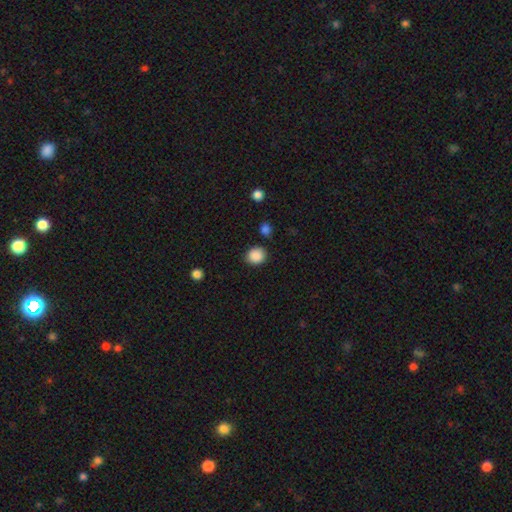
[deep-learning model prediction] The model was most divided on "how rounded": round: 77%, in between: 22%, cigar-shaped: 1%. More confident: smooth or featured — smooth (88%); merging — none (85%).